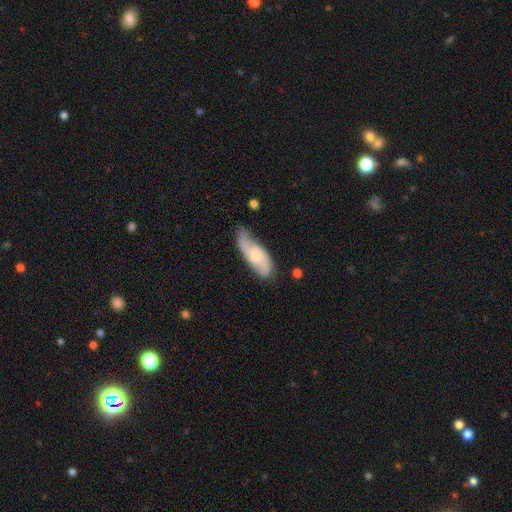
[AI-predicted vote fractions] The model was most divided on "spiral winding": medium: 42%, loose: 41%, tight: 17%. Remaining: spiral arms — yes (92%); edge-on disk — no (89%); spiral arm count — 2 (81%); merging — none (62%); smooth or featured — featured or disk (61%); bar — no (58%); bulge size — small (47%).